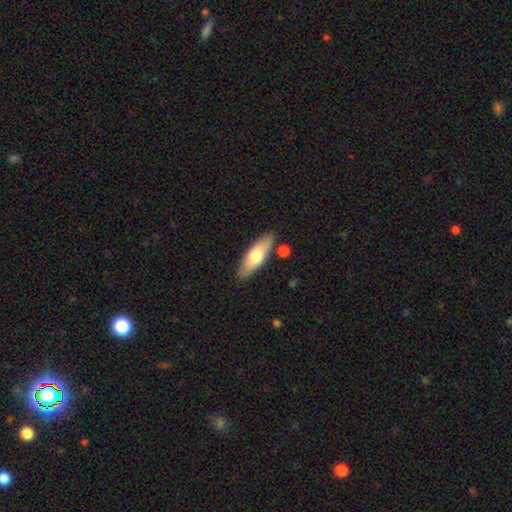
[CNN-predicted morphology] The model was most divided on "how rounded": in between: 55%, cigar-shaped: 43%, round: 2%. More confident: merging — none (83%); smooth or featured — smooth (61%).